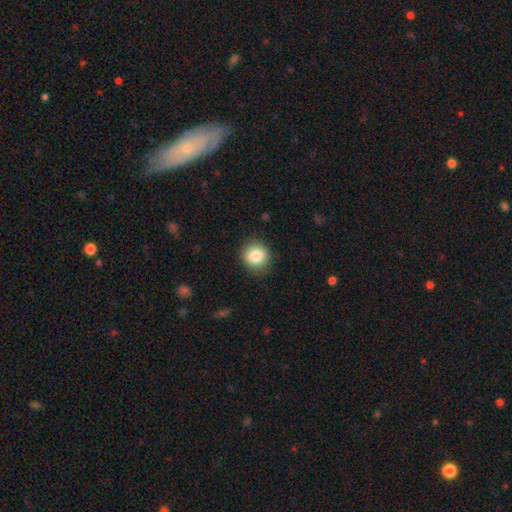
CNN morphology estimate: This is clearly a smooth galaxy (84%). How rounded: clearly round (89%). Merging: clearly none (87%).